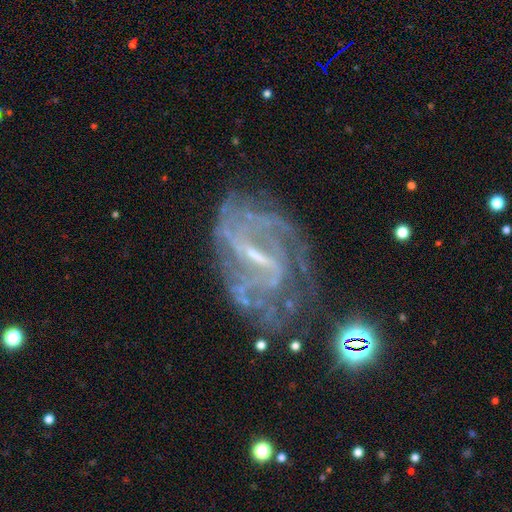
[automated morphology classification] smooth-or-featured: featured or disk: 83% | star or artifact: 10% | smooth: 7%
  disk-edge-on: no: 96% | yes: 4%
    bar: strong: 46% | weak: 41% | no: 13%
    has-spiral-arms: yes: 85% | no: 15%
      spiral-winding: medium: 40% | tight: 36% | loose: 24%
      spiral-arm-count: can't tell: 37% | 2: 32% | 3: 13% | 4: 7% | 1: 6% | more than 4: 5%
    bulge-size: small: 65% | moderate: 17% | none: 16% | large: 1% | dominant: 1%
  merging: none: 52% | minor disturbance: 22% | major disturbance: 21% | merger: 4%